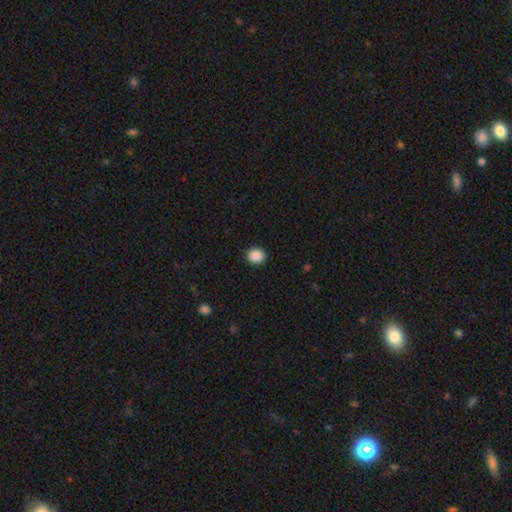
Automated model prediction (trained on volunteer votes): This is clearly a smooth galaxy (89%). How rounded: clearly round (82%). Merging: clearly none (91%).